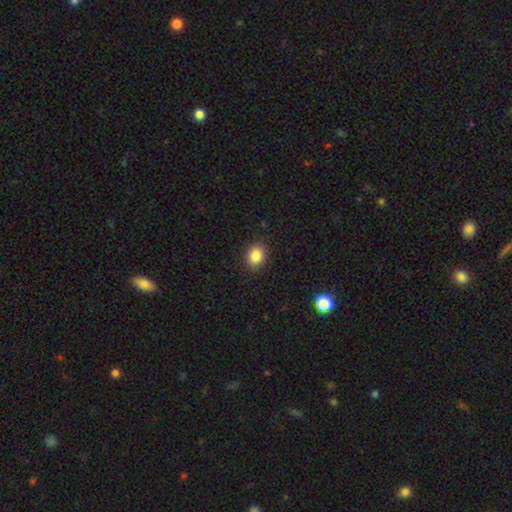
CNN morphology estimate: smooth_or_featured: smooth (p=0.85) [alt: star or artifact p=0.10]
how_rounded: round (p=0.59) [alt: in between p=0.40]
merging: none (p=0.90) [alt: minor disturbance p=0.07]